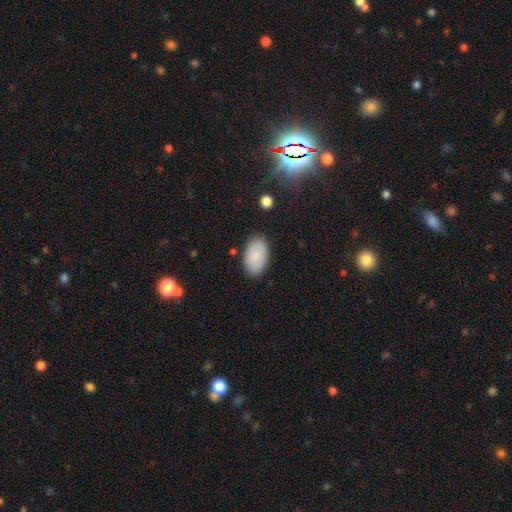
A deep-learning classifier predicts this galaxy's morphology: smooth_or_featured: smooth (p=0.86) [alt: featured or disk p=0.08]
how_rounded: in between (p=0.94) [alt: round p=0.05]
merging: none (p=0.85) [alt: minor disturbance p=0.11]